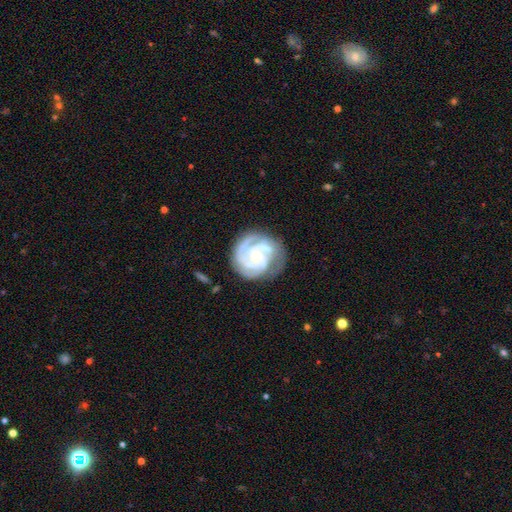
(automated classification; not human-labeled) featured or disk 87%, smooth 7%, star or artifact 5%. Down the decision tree: edge-on disk — no (98%); bar — no (71%); spiral arms — yes (97%); spiral arm count — 3 (43%); spiral winding — tight (72%); bulge size — small (74%); merging — none (65%).